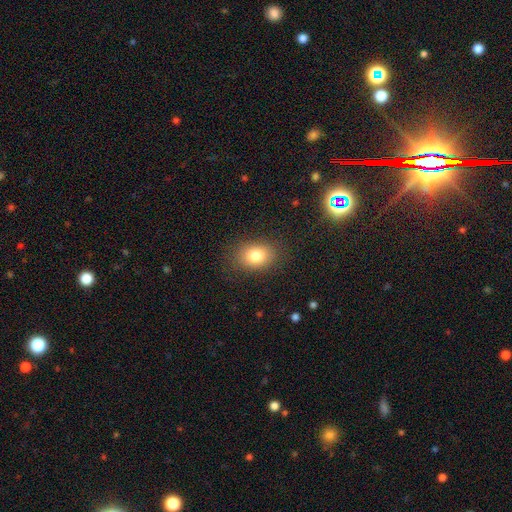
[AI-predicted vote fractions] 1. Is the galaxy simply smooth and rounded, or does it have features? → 81% smooth, 10% star or artifact, 9% featured or disk.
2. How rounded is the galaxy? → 71% in between, 28% round, 1% cigar-shaped.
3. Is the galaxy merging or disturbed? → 84% none, 11% minor disturbance, 4% major disturbance, 1% merger.